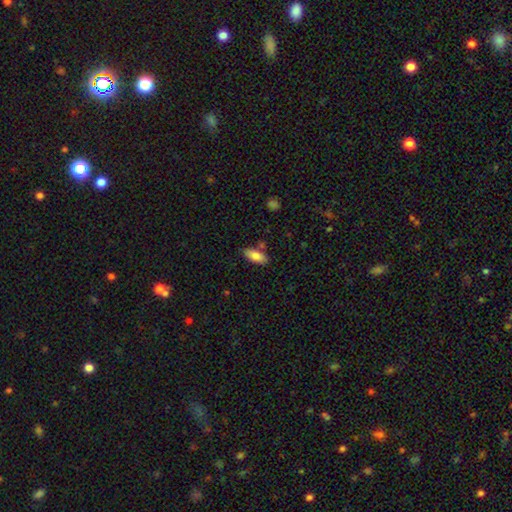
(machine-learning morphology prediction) A smooth galaxy with no disk features (81%) that is in between round and cigar-shaped (86%).

Vote fractions:
- Smooth or featured? smooth: 81% / featured or disk: 13% / star or artifact: 7%
- How rounded? in between: 86% / cigar-shaped: 12% / round: 2%
- Merging? none: 79% / minor disturbance: 12% / merger: 6% / major disturbance: 2%